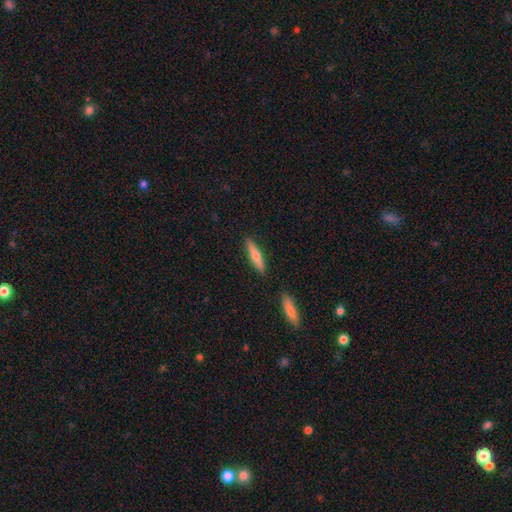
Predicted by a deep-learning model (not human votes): This is possibly a smooth galaxy (56%). How rounded: clearly cigar-shaped (82%). Merging: clearly none (87%).